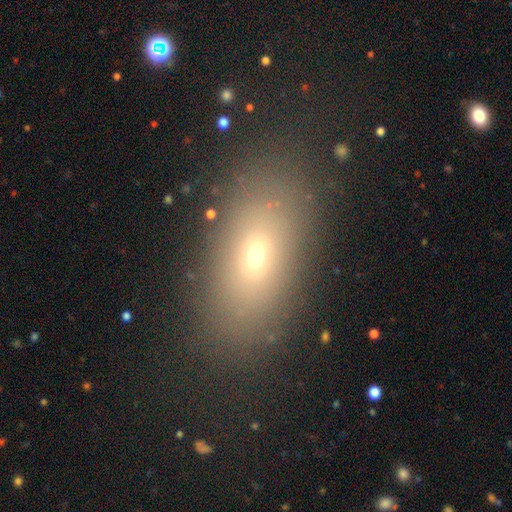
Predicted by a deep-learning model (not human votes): This appears to be a smooth galaxy with no disk features (63%) that is in between round and cigar-shaped (79%). Merging: none (82%).